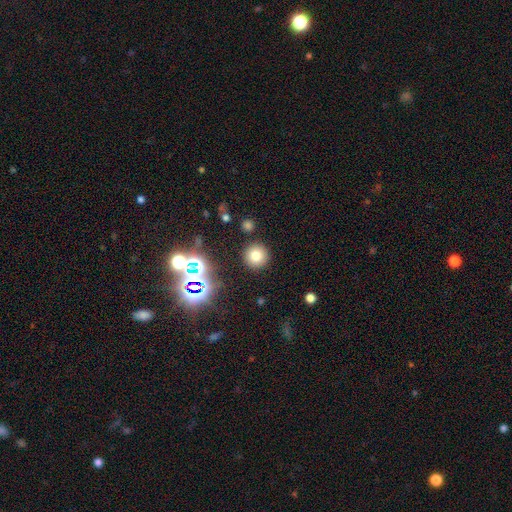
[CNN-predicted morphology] This appears to be a smooth galaxy with no disk features (73%) that is round (95%). Merging: none (90%).